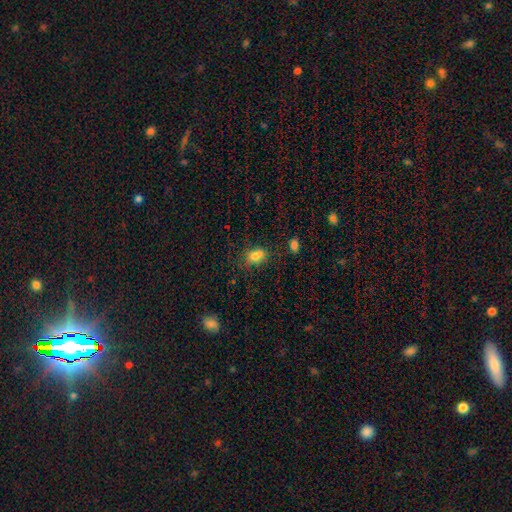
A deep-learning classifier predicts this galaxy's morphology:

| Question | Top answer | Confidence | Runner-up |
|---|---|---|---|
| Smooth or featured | smooth | 75% | star or artifact (14%) |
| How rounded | in between | 70% | round (26%) |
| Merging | none | 54% | minor disturbance (20%) |